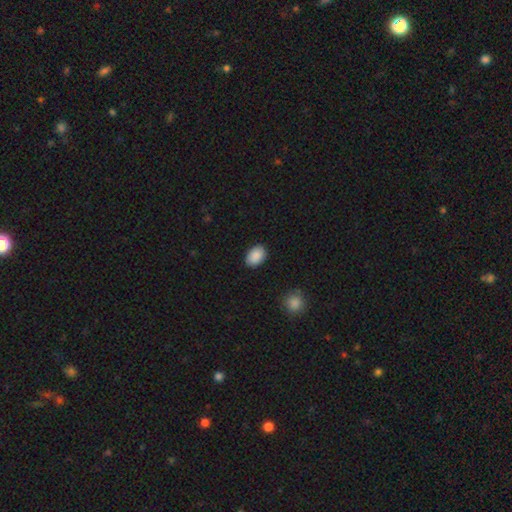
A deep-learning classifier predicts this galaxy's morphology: A smooth galaxy with no disk features (90%) that is in between round and cigar-shaped (86%).

Vote fractions:
- Smooth or featured? smooth: 90% / star or artifact: 7% / featured or disk: 4%
- How rounded? in between: 86% / round: 13% / cigar-shaped: 1%
- Merging? none: 88% / minor disturbance: 9% / major disturbance: 2% / merger: 1%